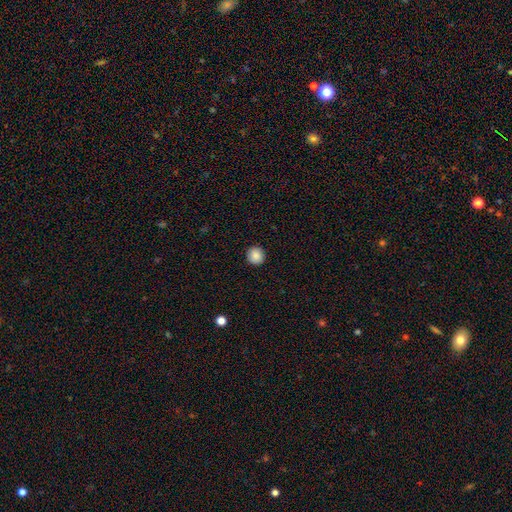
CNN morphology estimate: A smooth galaxy with no disk features (87%) that is round (91%). Merging: none (91%).